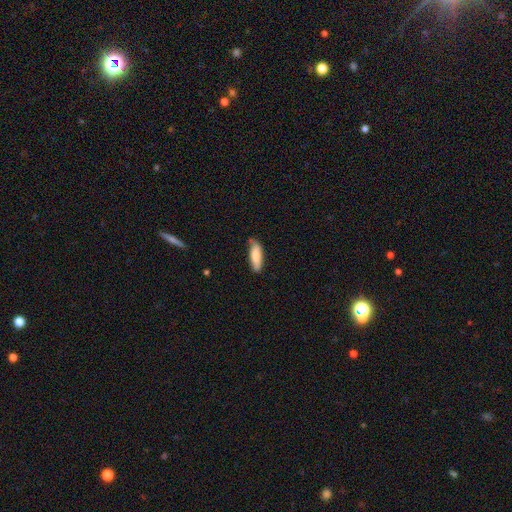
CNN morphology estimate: The model was most divided on "how rounded": in between: 51%, cigar-shaped: 47%, round: 2%. More confident: smooth or featured — smooth (79%); merging — none (70%).